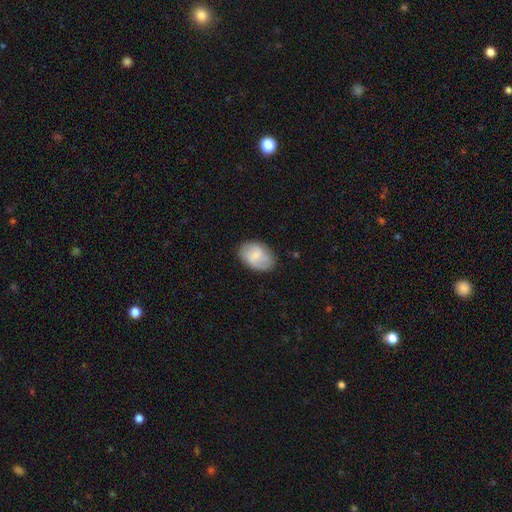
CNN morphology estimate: This appears to be a smooth galaxy with no disk features (66%) that is in between round and cigar-shaped (83%). Merging: none (77%).